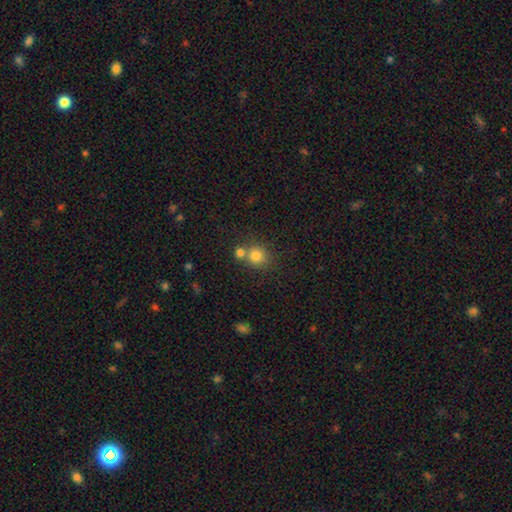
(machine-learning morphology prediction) This appears to be a smooth galaxy with no disk features (80%) that is round (87%). Merging: none (57%).